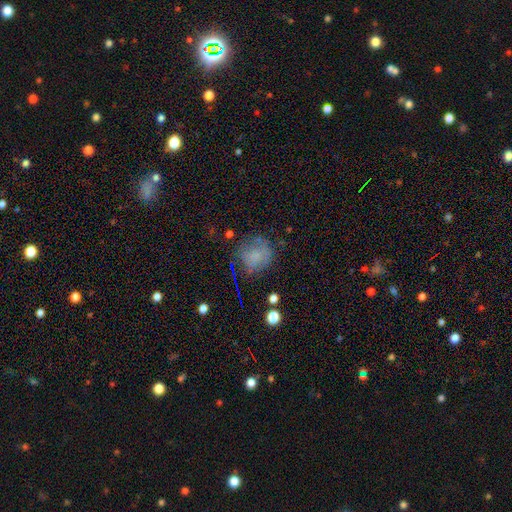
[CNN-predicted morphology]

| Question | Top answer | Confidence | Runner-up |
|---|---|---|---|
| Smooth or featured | smooth | 58% | featured or disk (27%) |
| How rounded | round | 75% | in between (24%) |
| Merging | none | 56% | minor disturbance (24%) |